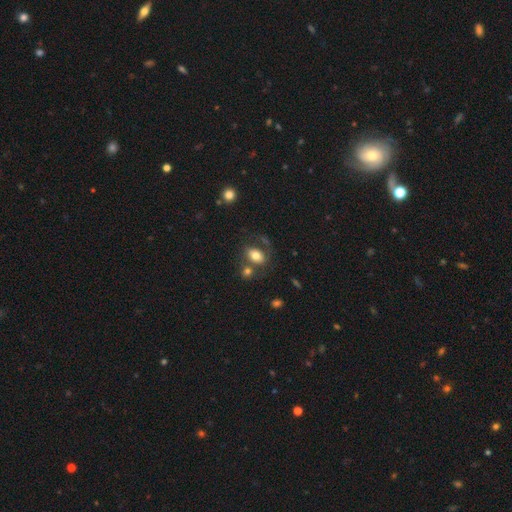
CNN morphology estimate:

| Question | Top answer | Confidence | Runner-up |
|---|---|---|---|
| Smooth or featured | smooth | 72% | featured or disk (19%) |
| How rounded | in between | 77% | round (22%) |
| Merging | none | 49% | merger (25%) |